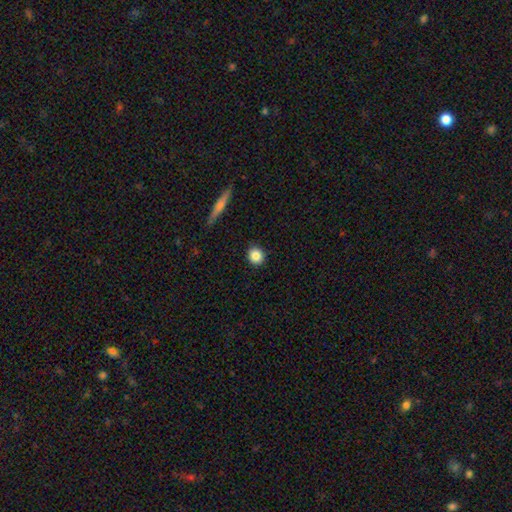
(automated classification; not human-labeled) Morphology: type=smooth (85%); roundness=round (86%); merging=none (90%).